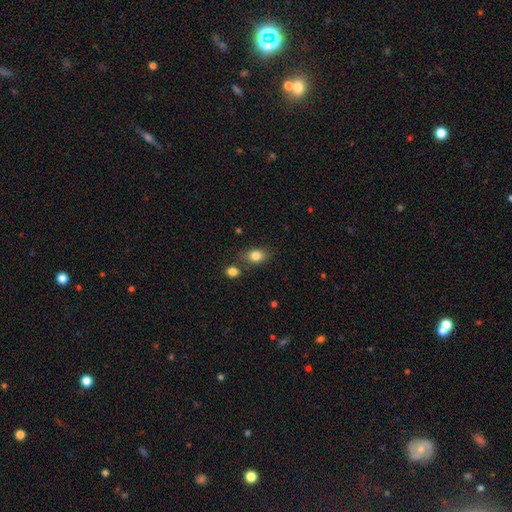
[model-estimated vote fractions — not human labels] Morphology: type=smooth (83%); roundness=in between (69%); merging=none (72%).